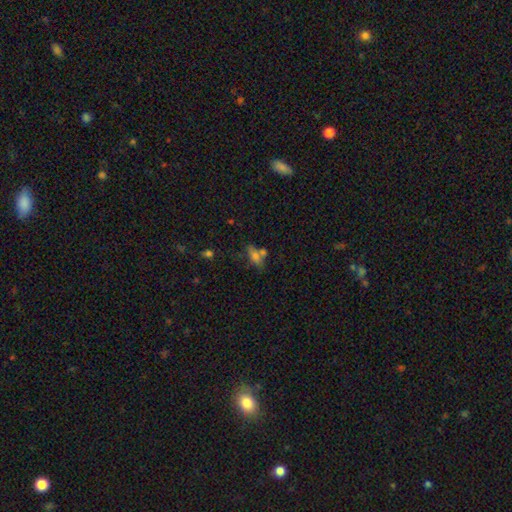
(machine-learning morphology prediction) Smooth or featured? Predicted: smooth (p=0.65). How rounded? Predicted: in between (p=0.73). Merging? Predicted: none (p=0.50).